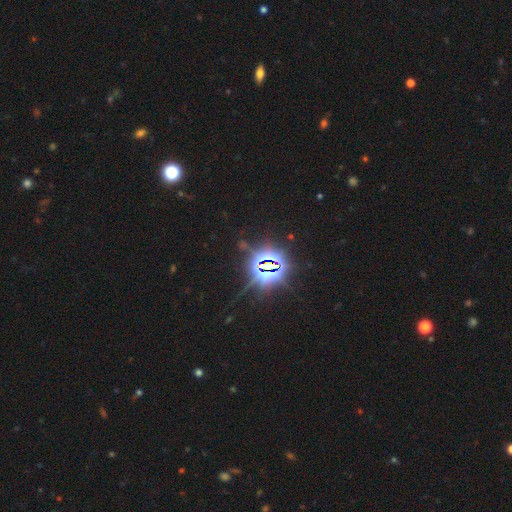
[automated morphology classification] Smooth or featured? star or artifact (85%)